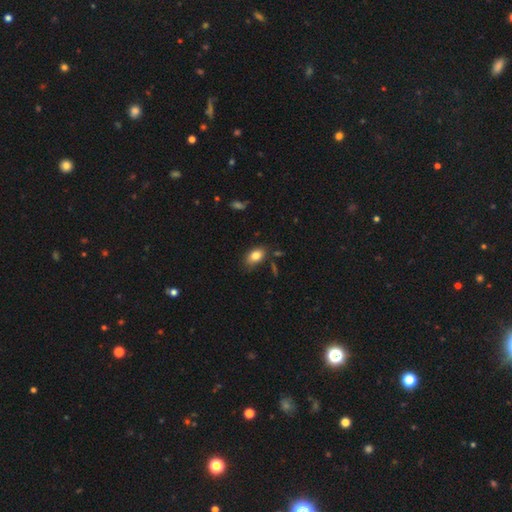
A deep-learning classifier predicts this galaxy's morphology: A smooth galaxy with no disk features (83%) that is in between round and cigar-shaped (88%). Merging: none (75%).